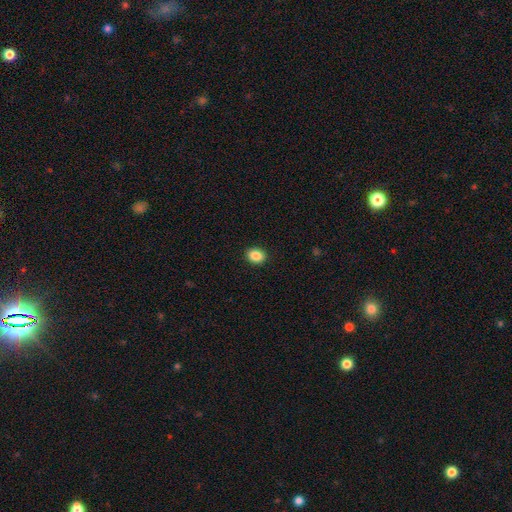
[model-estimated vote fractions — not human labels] smooth 88%, star or artifact 9%, featured or disk 3%. Down the decision tree: how rounded — in between (51%); merging — none (92%).